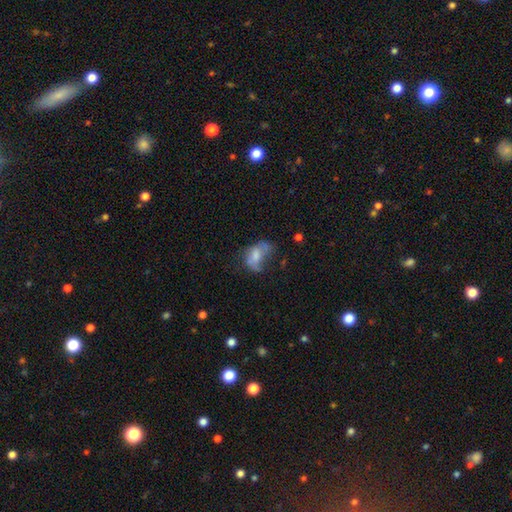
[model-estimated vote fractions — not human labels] This is possibly a smooth galaxy (54%). How rounded: clearly in between (85%). Merging: marginally major disturbance (37%).